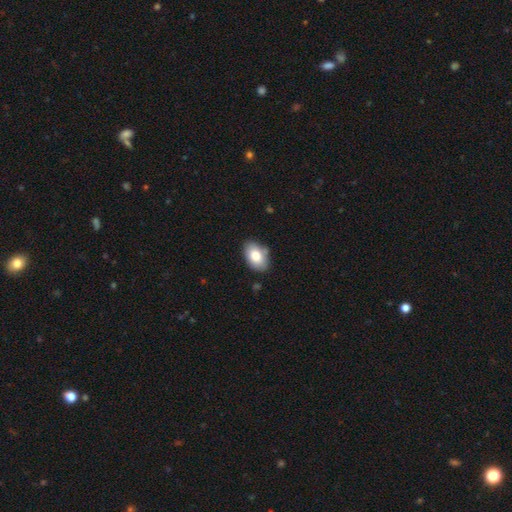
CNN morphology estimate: Q: Smooth or featured?
A: smooth (81%); runner-up: featured or disk (12%)
Q: How rounded?
A: in between (90%); runner-up: round (9%)
Q: Merging?
A: none (77%); runner-up: minor disturbance (16%)